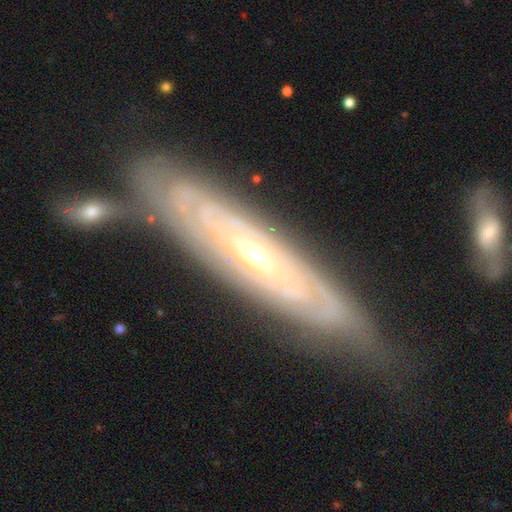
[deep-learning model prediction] Smooth or featured? featured or disk (83%)
Edge-on disk? no (72%)
Bar? no (71%)
Spiral arms? yes (85%)
Spiral winding? tight (83%)
Spiral arm count? can't tell (70%)
Bulge size? small (72%)
Merging? none (69%)